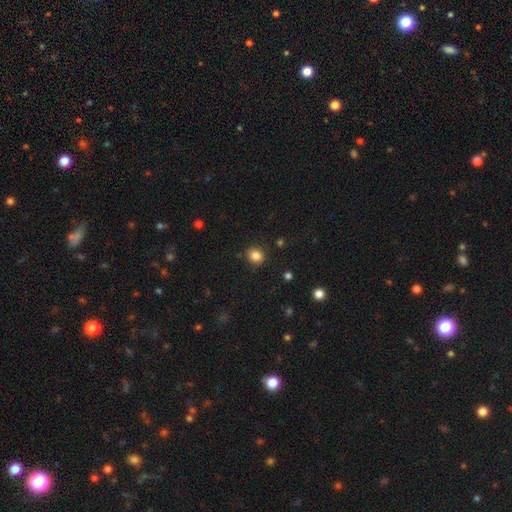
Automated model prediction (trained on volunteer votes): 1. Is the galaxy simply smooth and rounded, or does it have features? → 84% smooth, 11% star or artifact, 4% featured or disk.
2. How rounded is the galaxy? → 78% round, 21% in between, 1% cigar-shaped.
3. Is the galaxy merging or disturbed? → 86% none, 9% minor disturbance, 3% major disturbance, 2% merger.